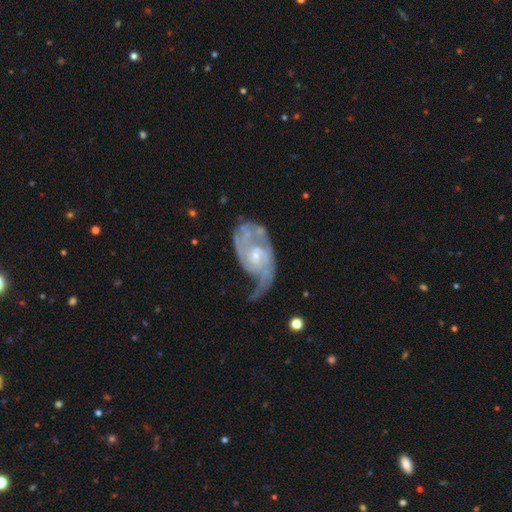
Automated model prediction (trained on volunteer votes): smooth-or-featured: featured or disk: 85% | smooth: 9% | star or artifact: 6%
  disk-edge-on: no: 97% | yes: 3%
    bar: no: 66% | weak: 29% | strong: 5%
    has-spiral-arms: yes: 92% | no: 8%
      spiral-winding: tight: 39% | medium: 38% | loose: 23%
      spiral-arm-count: 2: 43% | can't tell: 26% | 1: 13% | 3: 10% | 4: 4% | more than 4: 4%
    bulge-size: small: 72% | moderate: 23% | none: 2% | large: 1% | dominant: 1%
  merging: major disturbance: 35% | none: 32% | minor disturbance: 27% | merger: 5%